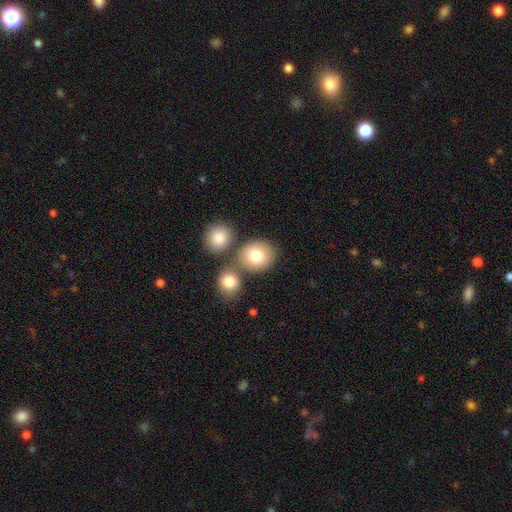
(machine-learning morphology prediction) type=smooth (80%); roundness=round (72%); merging=none (62%).